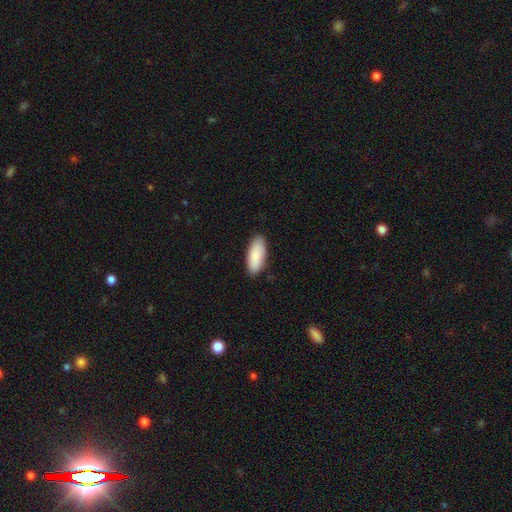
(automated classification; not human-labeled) This is clearly a smooth galaxy (90%). How rounded: clearly in between (81%). Merging: clearly none (88%).